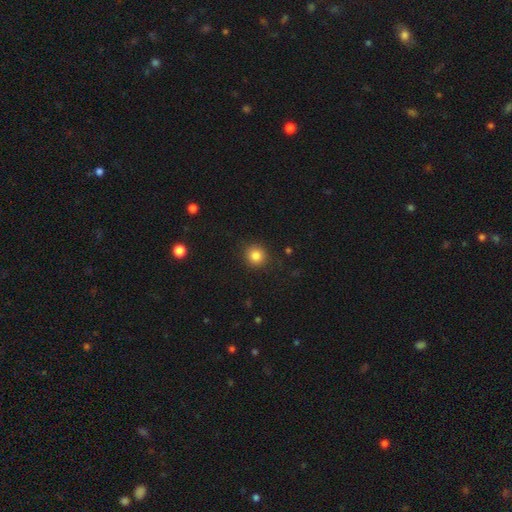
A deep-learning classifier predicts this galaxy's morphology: Smooth or featured?
  - smooth: 84% *
  - star or artifact: 11%
  - featured or disk: 5%
How rounded?
  - round: 90% *
  - in between: 9%
  - cigar-shaped: 1%
Merging?
  - none: 89% *
  - minor disturbance: 7%
  - major disturbance: 2%
  - merger: 1%